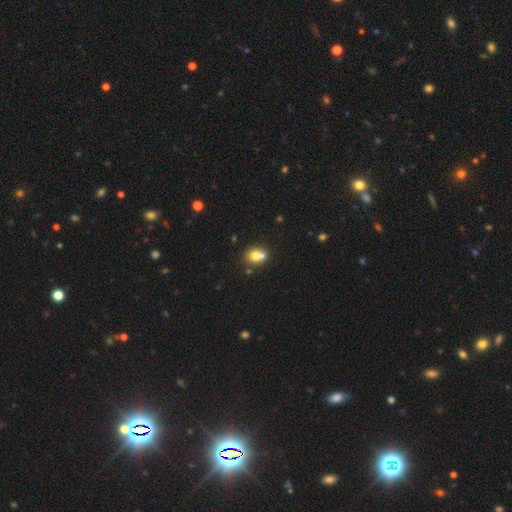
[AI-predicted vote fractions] Overall: smooth (72%). How rounded: round (65%; in between 34%). Merging: merger (46%; none 41%).